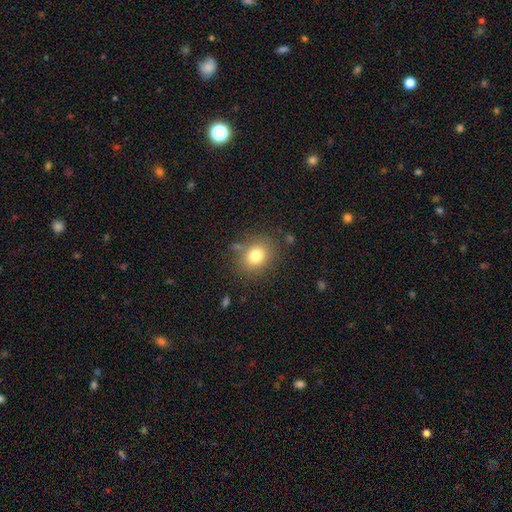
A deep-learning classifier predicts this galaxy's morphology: A smooth galaxy with no disk features (78%) that is round (62%). Merging: none (80%).